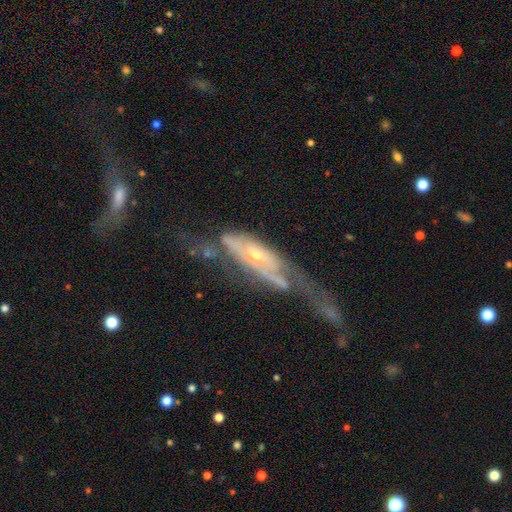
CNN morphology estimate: Q: Smooth or featured?
A: featured or disk (75%); runner-up: smooth (17%)
Q: Edge-on disk?
A: no (74%); runner-up: yes (26%)
Q: Bar?
A: no (67%); runner-up: weak (23%)
Q: Spiral arms?
A: yes (62%); runner-up: no (38%)
Q: Bulge size?
A: small (62%); runner-up: moderate (34%)
Q: Merging?
A: major disturbance (47%); runner-up: none (23%)